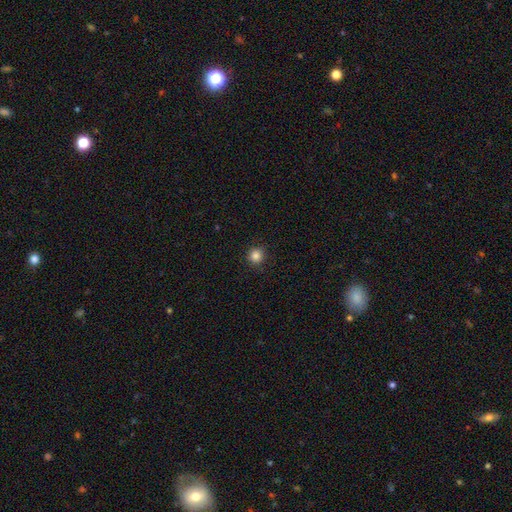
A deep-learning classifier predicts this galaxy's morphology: This appears to be a smooth galaxy with no disk features (84%) that is round (94%). Merging: none (91%).